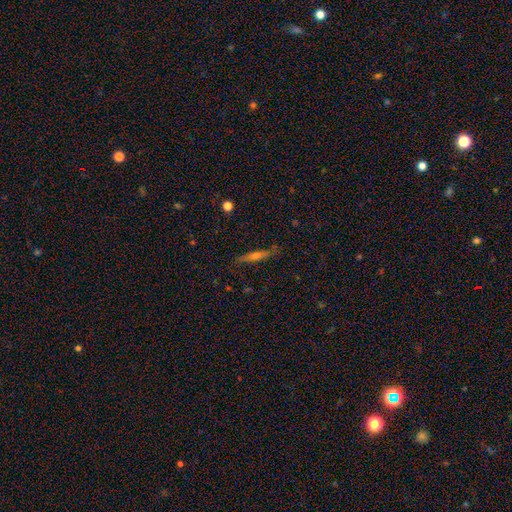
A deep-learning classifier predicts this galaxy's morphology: Q: Smooth or featured?
A: featured or disk (50%); runner-up: smooth (38%)
Q: Merging?
A: none (84%); runner-up: minor disturbance (11%)